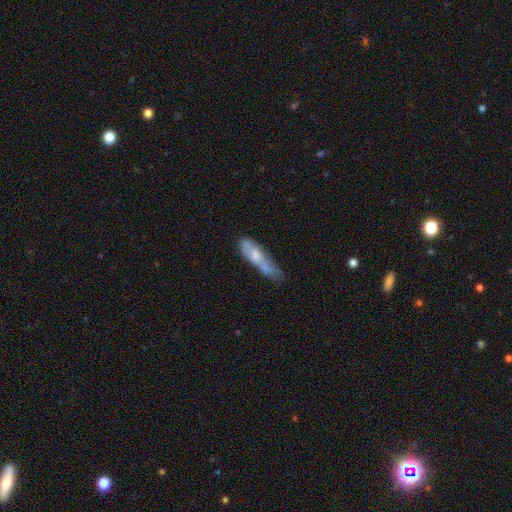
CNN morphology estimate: Smooth or featured?
  - smooth: 53% *
  - featured or disk: 40%
  - star or artifact: 7%
How rounded?
  - cigar-shaped: 65% *
  - in between: 33%
  - round: 2%
Merging?
  - none: 41% *
  - minor disturbance: 36%
  - major disturbance: 17%
  - merger: 6%